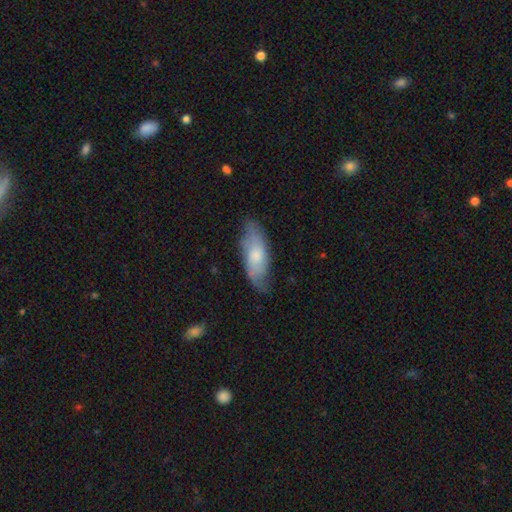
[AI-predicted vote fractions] This is possibly a smooth galaxy (52%). How rounded: likely in between (73%). Merging: likely none (68%).